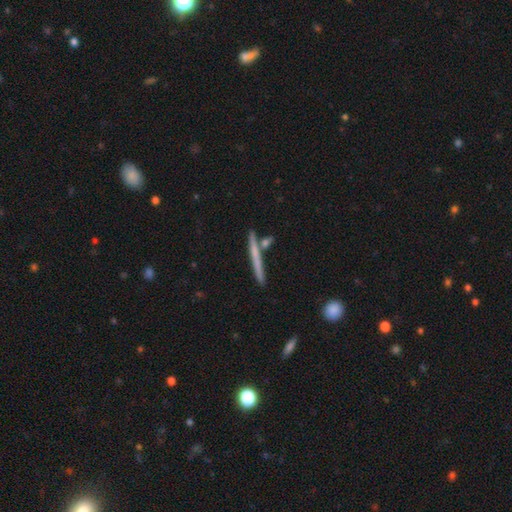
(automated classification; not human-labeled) Morphology: type=smooth (47%, tied with featured or disk); merging=none (81%).